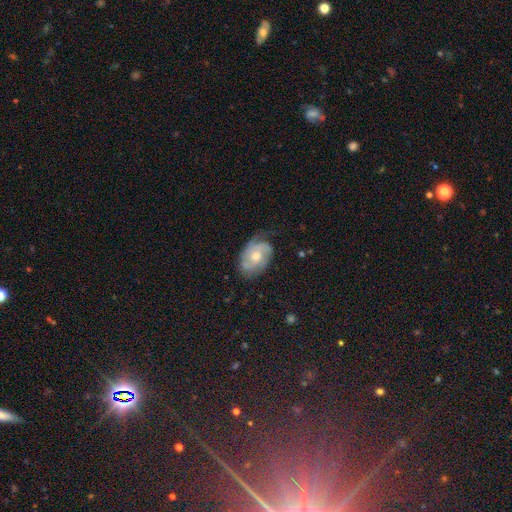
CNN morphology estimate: Q: Smooth or featured?
A: featured or disk (70%); runner-up: smooth (24%)
Q: Edge-on disk?
A: no (96%); runner-up: yes (4%)
Q: Bar?
A: no (71%); runner-up: weak (25%)
Q: Spiral arms?
A: yes (90%); runner-up: no (10%)
Q: Spiral winding?
A: tight (44%); runner-up: medium (40%)
Q: Spiral arm count?
A: 2 (45%); runner-up: can't tell (24%)
Q: Bulge size?
A: moderate (67%); runner-up: small (23%)
Q: Merging?
A: none (58%); runner-up: minor disturbance (29%)